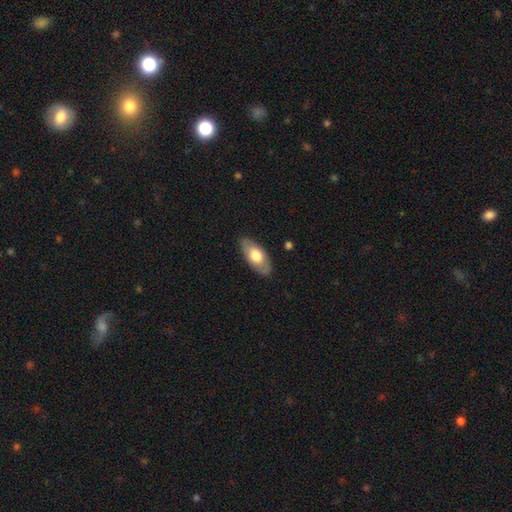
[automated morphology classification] Q: Smooth or featured?
A: smooth (62%); runner-up: featured or disk (33%)
Q: How rounded?
A: in between (91%); runner-up: cigar-shaped (6%)
Q: Merging?
A: none (85%); runner-up: minor disturbance (11%)